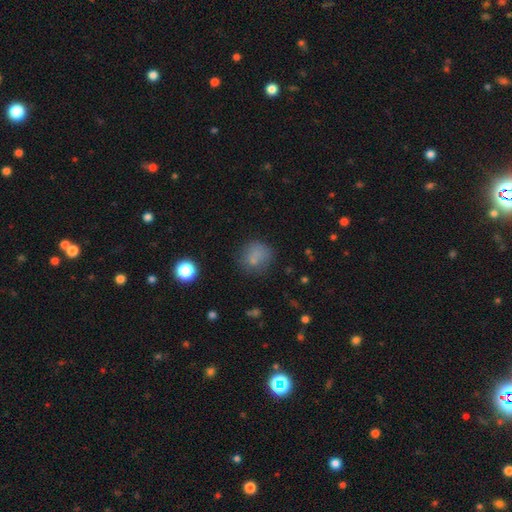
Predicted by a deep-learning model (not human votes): A smooth galaxy with no disk features (75%) that is round (81%). Merging: none (68%).